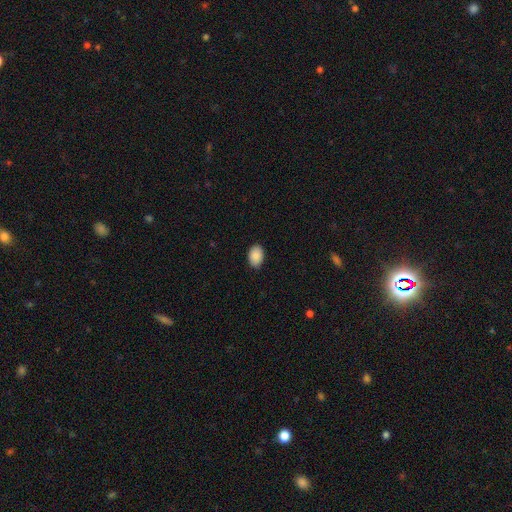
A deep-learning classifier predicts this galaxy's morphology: A smooth galaxy with no disk features (90%) that is in between round and cigar-shaped (85%).

Vote fractions:
- Smooth or featured? smooth: 90% / star or artifact: 7% / featured or disk: 3%
- How rounded? in between: 85% / round: 14% / cigar-shaped: 1%
- Merging? none: 88% / minor disturbance: 9% / major disturbance: 2% / merger: 1%